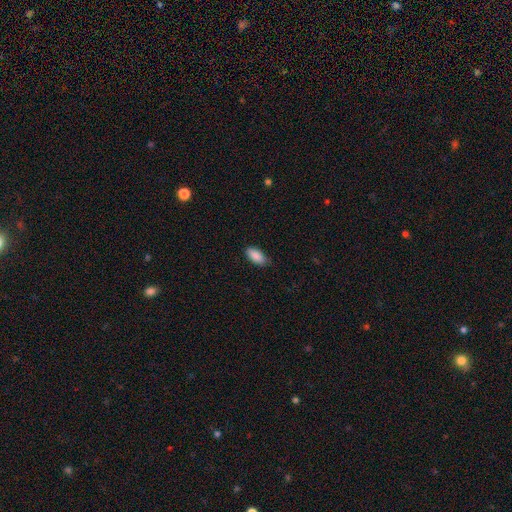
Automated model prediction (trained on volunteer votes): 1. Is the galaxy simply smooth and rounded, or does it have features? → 90% smooth, 6% star or artifact, 4% featured or disk.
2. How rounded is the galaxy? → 92% in between, 6% cigar-shaped, 2% round.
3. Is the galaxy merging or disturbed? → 79% none, 17% minor disturbance, 3% major disturbance, 1% merger.